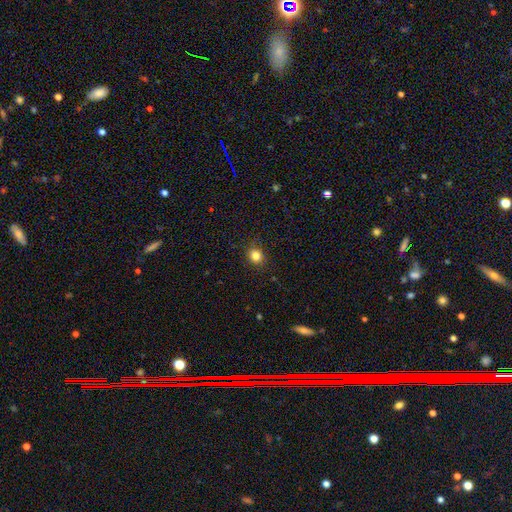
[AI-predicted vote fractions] smooth-or-featured: smooth: 83% | star or artifact: 12% | featured or disk: 5%
  how-rounded: round: 79% | in between: 20% | cigar-shaped: 1%
  merging: none: 86% | minor disturbance: 10% | major disturbance: 3% | merger: 1%